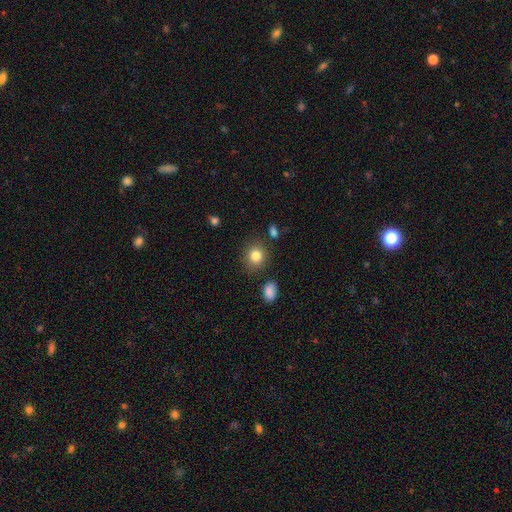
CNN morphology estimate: Smooth or featured? smooth (84%)
How rounded? round (73%)
Merging? none (83%)